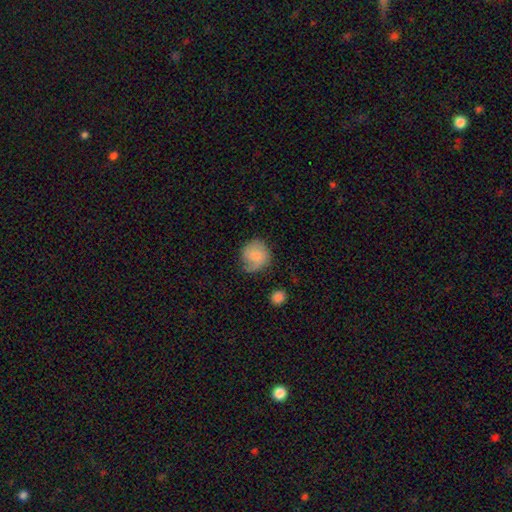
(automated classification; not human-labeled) The model was most divided on "merging": none: 61%, minor disturbance: 26%, major disturbance: 10%, merger: 2%. More confident: how rounded — round (84%); smooth or featured — smooth (66%).